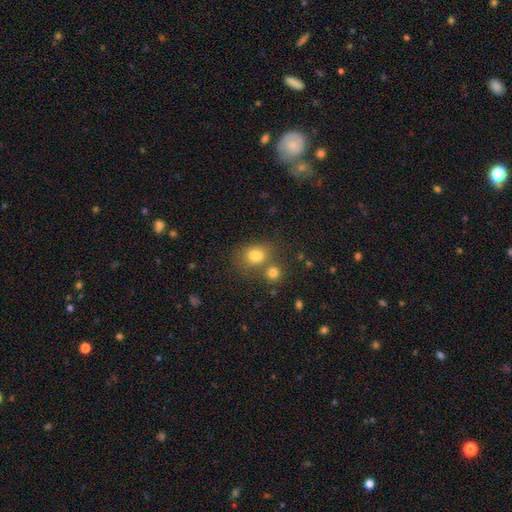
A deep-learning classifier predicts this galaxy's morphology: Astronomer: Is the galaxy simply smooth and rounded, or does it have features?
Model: smooth — 77%.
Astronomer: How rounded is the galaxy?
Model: in between — 51% (runner-up: round, 48%).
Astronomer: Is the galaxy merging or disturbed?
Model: none — 44% (runner-up: merger, 37%).